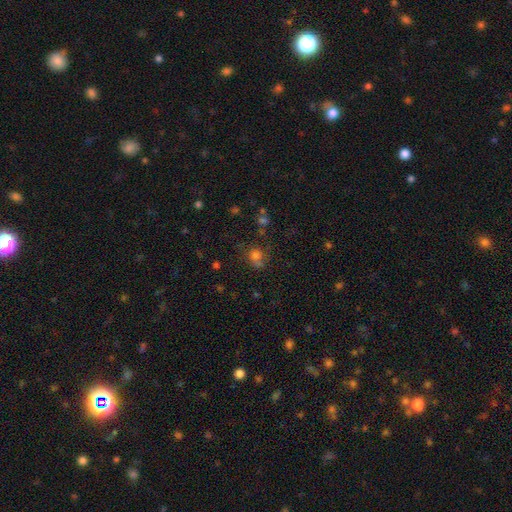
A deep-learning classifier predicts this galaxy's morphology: A smooth galaxy with no disk features (73%) that is round (76%). Merging: none (54%).